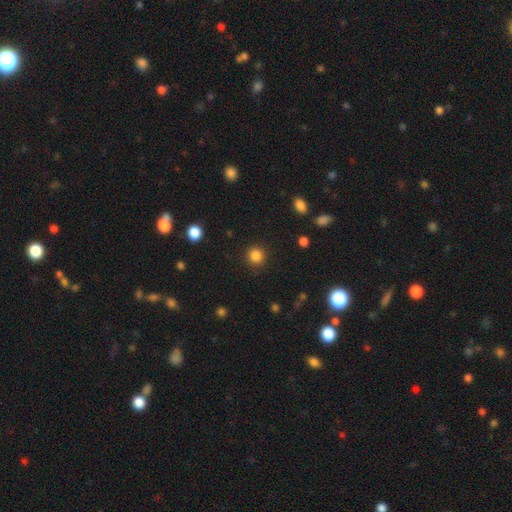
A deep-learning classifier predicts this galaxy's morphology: This appears to be a smooth galaxy with no disk features (85%) that is round (93%). Merging: none (91%).